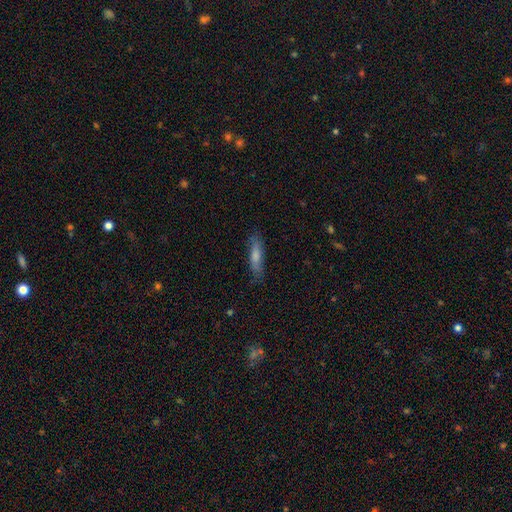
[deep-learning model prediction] A smooth galaxy with no disk features (70%) that is cigar-shaped (73%). Merging: none (79%).